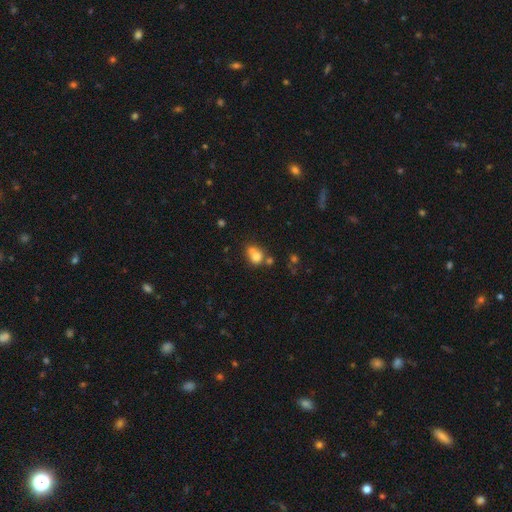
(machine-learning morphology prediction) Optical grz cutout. It shows a smooth galaxy with no disk features (72%) that is round (65%). Merging: merger (52%).